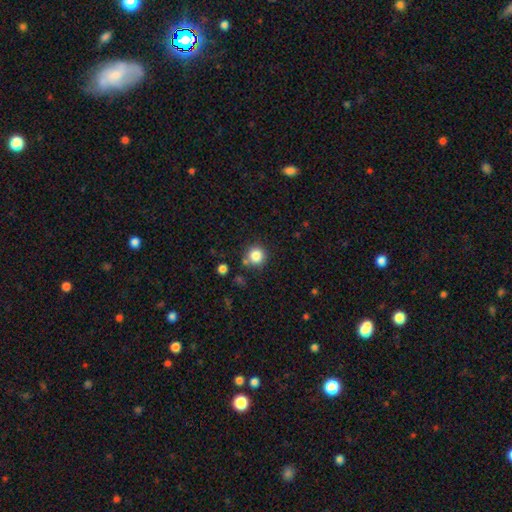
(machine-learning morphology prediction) Smooth or featured?
  - smooth: 84% *
  - star or artifact: 11%
  - featured or disk: 5%
How rounded?
  - round: 93% *
  - in between: 6%
  - cigar-shaped: 1%
Merging?
  - none: 78% *
  - minor disturbance: 10%
  - merger: 8%
  - major disturbance: 3%